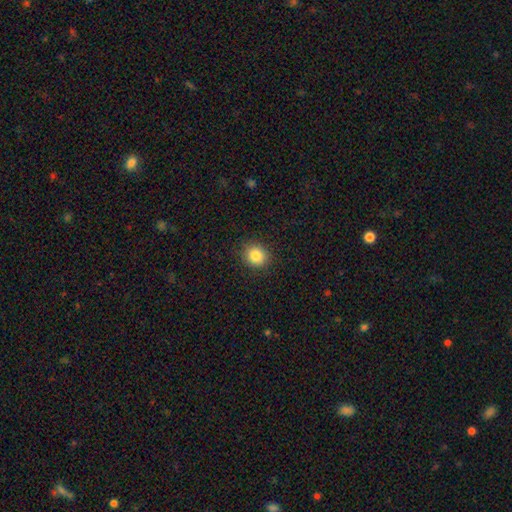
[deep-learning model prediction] Morphology: type=smooth (85%); roundness=round (84%); merging=none (89%).